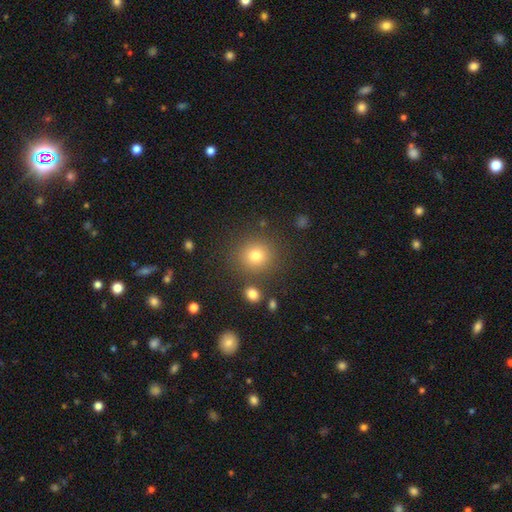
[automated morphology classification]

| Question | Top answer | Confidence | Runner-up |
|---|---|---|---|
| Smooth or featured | smooth | 77% | star or artifact (16%) |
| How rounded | round | 89% | in between (10%) |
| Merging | none | 86% | minor disturbance (7%) |